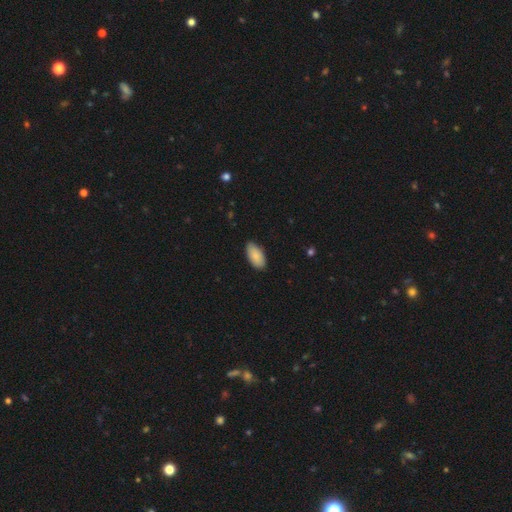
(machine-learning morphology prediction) The model was most divided on "merging": none: 86%, minor disturbance: 11%, major disturbance: 2%, merger: 1%. More confident: how rounded — in between (94%); smooth or featured — smooth (88%).